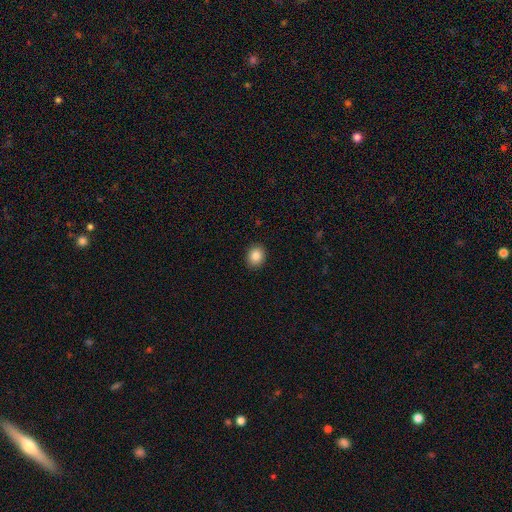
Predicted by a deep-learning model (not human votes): smooth-or-featured: smooth: 85% | star or artifact: 9% | featured or disk: 6%
  how-rounded: round: 61% | in between: 39% | cigar-shaped: 1%
  merging: none: 91% | minor disturbance: 6% | major disturbance: 2% | merger: 1%